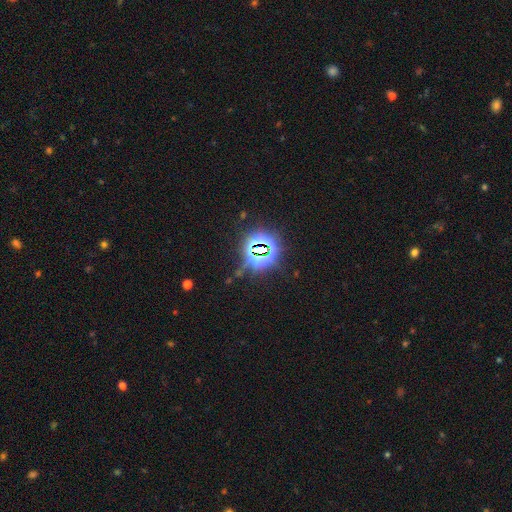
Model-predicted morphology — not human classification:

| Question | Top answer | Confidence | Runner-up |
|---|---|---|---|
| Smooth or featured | star or artifact | 82% | smooth (10%) |